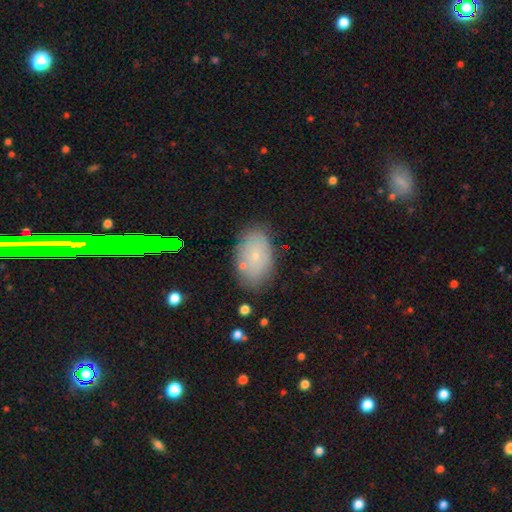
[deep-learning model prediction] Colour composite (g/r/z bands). It shows a smooth galaxy with no disk features (63%) that is in between round and cigar-shaped (92%). Merging: none (78%).